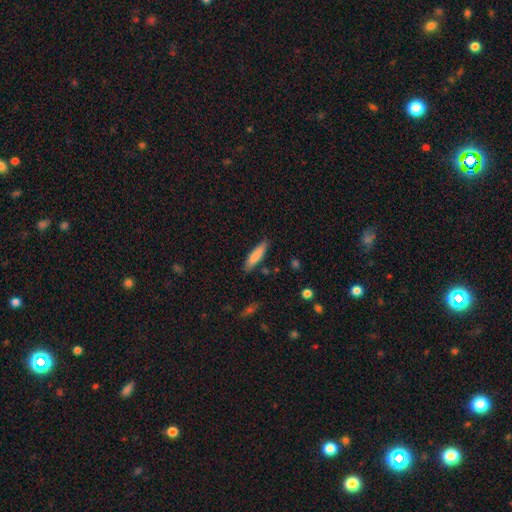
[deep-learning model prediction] smooth_or_featured: smooth (p=0.82) [alt: featured or disk p=0.12]
how_rounded: cigar-shaped (p=0.77) [alt: in between p=0.22]
merging: none (p=0.83) [alt: minor disturbance p=0.12]